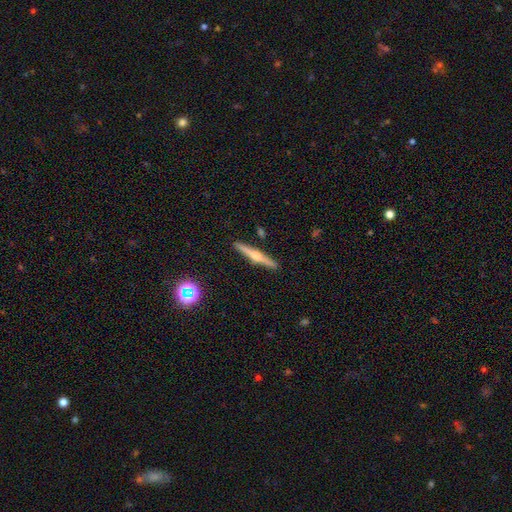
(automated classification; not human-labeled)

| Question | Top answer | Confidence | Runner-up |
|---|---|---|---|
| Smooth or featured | featured or disk | 72% | smooth (22%) |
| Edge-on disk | yes | 98% | no (2%) |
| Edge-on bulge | rounded | 92% | none (4%) |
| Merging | none | 91% | minor disturbance (6%) |